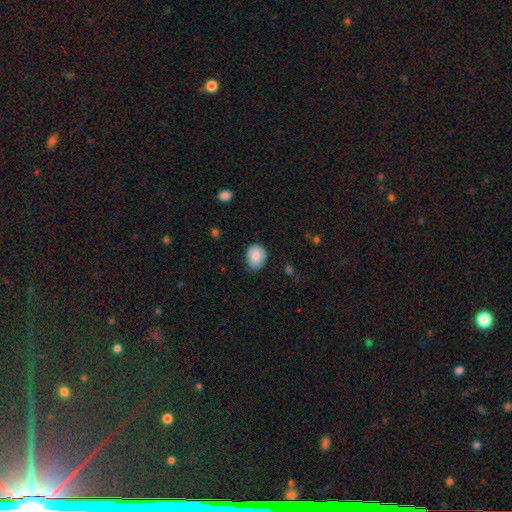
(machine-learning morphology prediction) Overall: smooth (80%). How rounded: in between (50%; round 49%). Merging: none (75%).